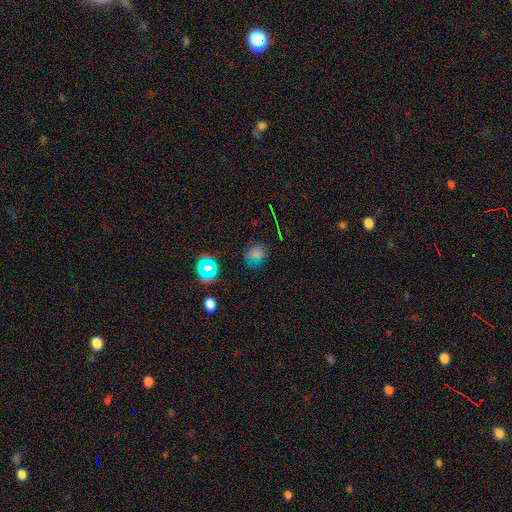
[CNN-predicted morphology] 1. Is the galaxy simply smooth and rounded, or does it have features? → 58% smooth, 34% star or artifact, 8% featured or disk.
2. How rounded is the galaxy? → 64% round, 34% in between, 2% cigar-shaped.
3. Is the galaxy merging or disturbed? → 78% none, 14% minor disturbance, 5% major disturbance, 2% merger.